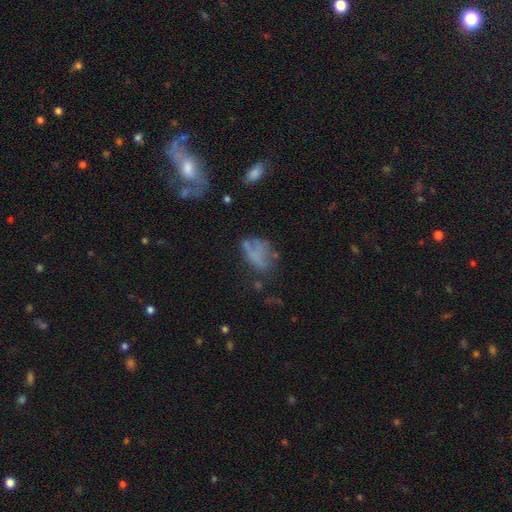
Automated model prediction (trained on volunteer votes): This is possibly a smooth galaxy (50%). Merging: marginally none (38%).